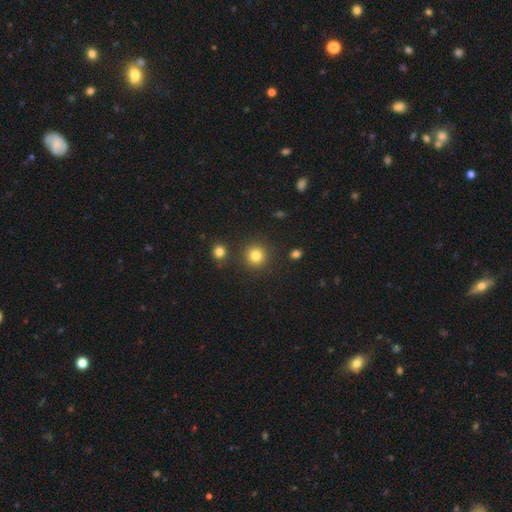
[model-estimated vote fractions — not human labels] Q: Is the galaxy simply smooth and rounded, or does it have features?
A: smooth — 83%.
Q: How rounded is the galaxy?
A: round — 93%.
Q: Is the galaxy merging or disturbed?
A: none — 87%.